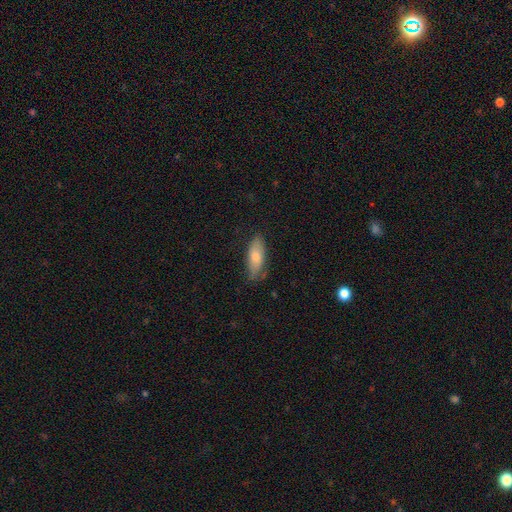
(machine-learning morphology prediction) A smooth galaxy with no disk features (72%) that is in between round and cigar-shaped (75%).

Vote fractions:
- Smooth or featured? smooth: 72% / featured or disk: 21% / star or artifact: 6%
- How rounded? in between: 75% / cigar-shaped: 23% / round: 2%
- Merging? none: 73% / minor disturbance: 21% / major disturbance: 4% / merger: 2%